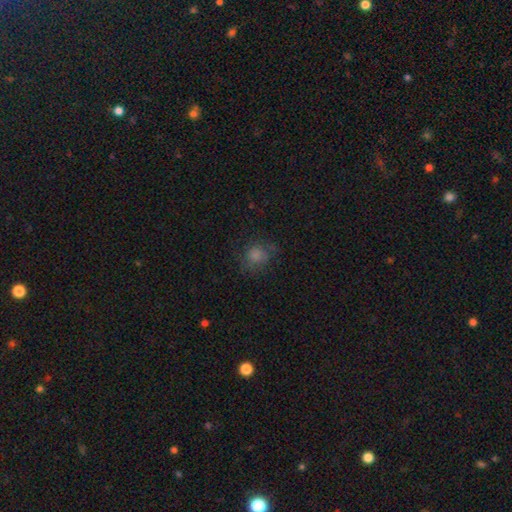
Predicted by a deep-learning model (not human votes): Smooth or featured? smooth (65%)
How rounded? round (77%)
Merging? none (70%)